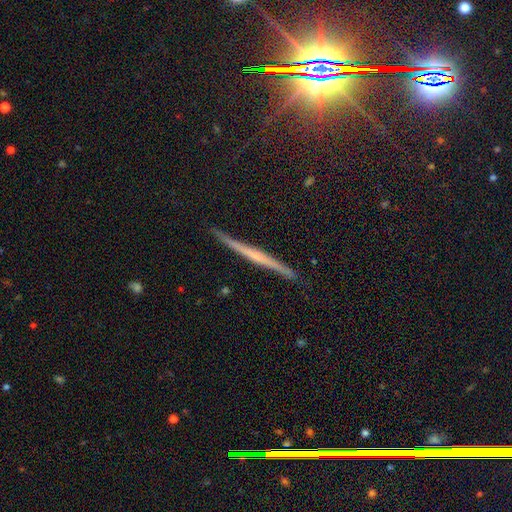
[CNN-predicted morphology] smooth_or_featured: featured or disk (p=0.65) [alt: smooth p=0.24]
disk_edge_on: yes (p=0.97) [alt: no p=0.03]
edge_on_bulge: none (p=0.56) [alt: rounded p=0.33]
merging: none (p=0.89) [alt: minor disturbance p=0.08]